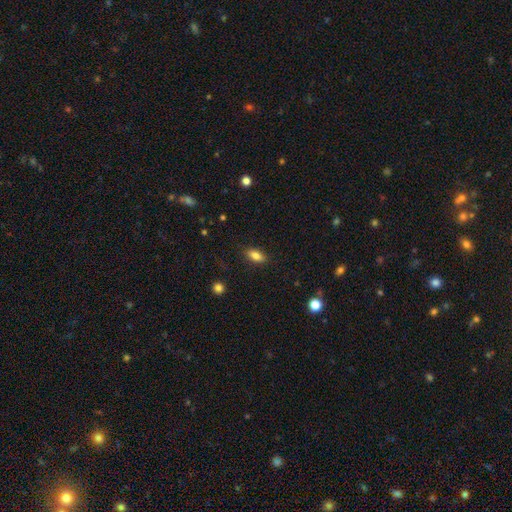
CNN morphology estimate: Overall: smooth (82%). How rounded: in between (85%). Merging: none (86%).